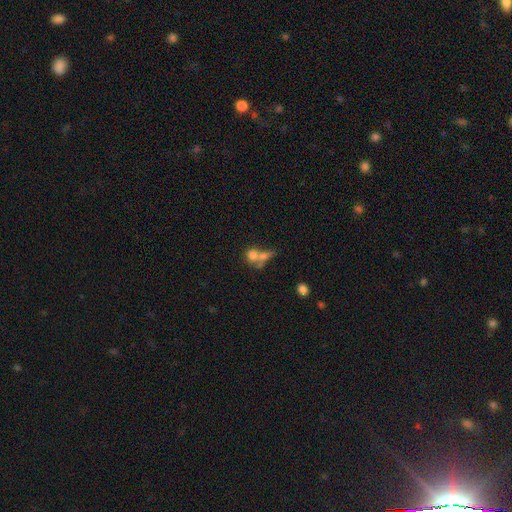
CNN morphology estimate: Smooth or featured: smooth — 69% (featured or disk — 19%)
How rounded: round — 66% (in between — 30%)
Merging: merger — 58% (none — 27%)